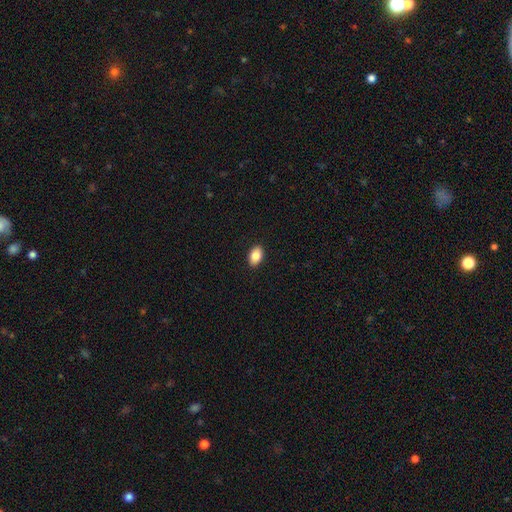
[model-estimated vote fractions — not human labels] Smooth or featured? smooth (86%)
How rounded? in between (90%)
Merging? none (90%)